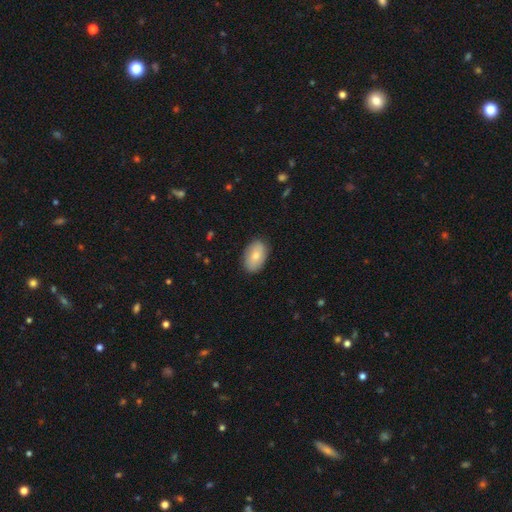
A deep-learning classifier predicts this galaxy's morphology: The model was most divided on "smooth or featured": smooth: 75%, featured or disk: 18%, star or artifact: 6%. More confident: how rounded — in between (91%); merging — none (86%).